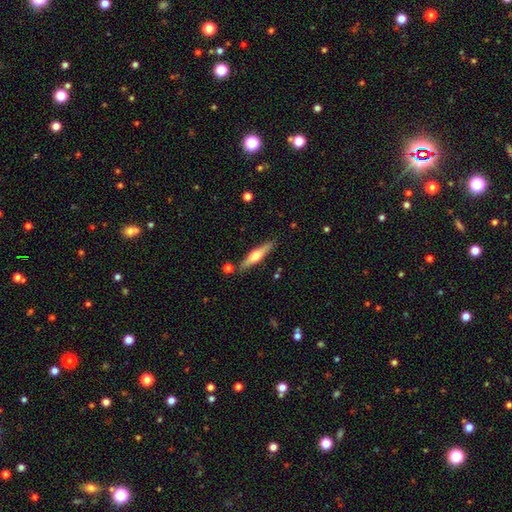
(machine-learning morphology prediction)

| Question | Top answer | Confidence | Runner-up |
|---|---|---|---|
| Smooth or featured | featured or disk | 58% | smooth (36%) |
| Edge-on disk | yes | 96% | no (4%) |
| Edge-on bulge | rounded | 93% | boxy (4%) |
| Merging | none | 86% | minor disturbance (9%) |